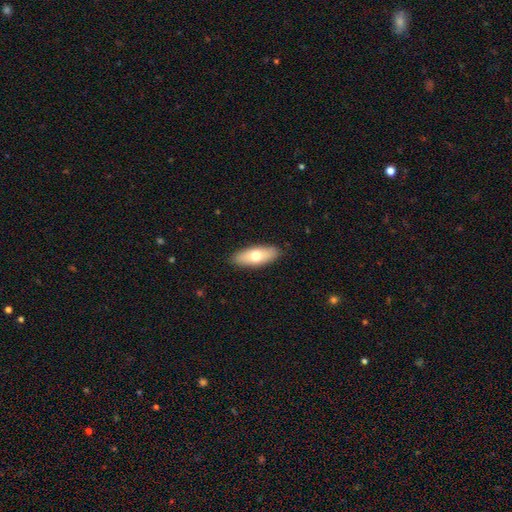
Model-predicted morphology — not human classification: smooth_or_featured: smooth (p=0.67) [alt: featured or disk p=0.27]
how_rounded: in between (p=0.79) [alt: cigar-shaped p=0.18]
merging: none (p=0.88) [alt: minor disturbance p=0.09]